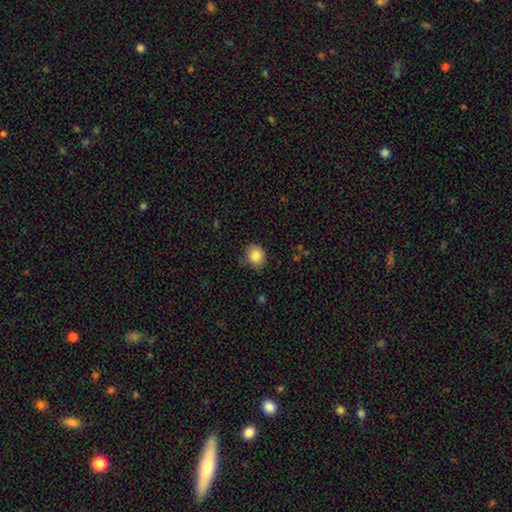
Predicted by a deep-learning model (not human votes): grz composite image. It shows a smooth galaxy with no disk features (86%) that is round (68%). Merging: none (80%).